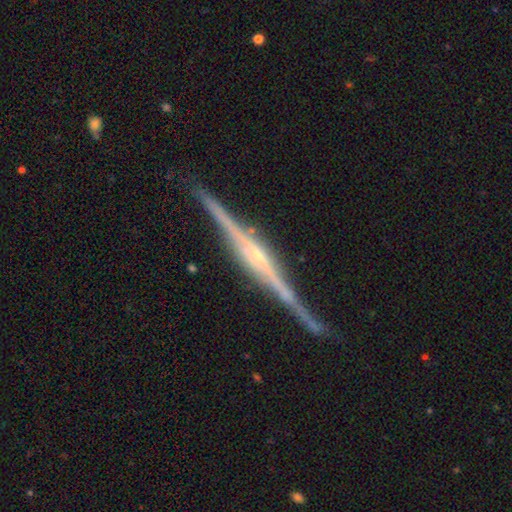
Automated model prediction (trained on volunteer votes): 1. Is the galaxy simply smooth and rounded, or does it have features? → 90% featured or disk, 5% smooth, 5% star or artifact.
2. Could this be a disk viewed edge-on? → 98% yes, 2% no.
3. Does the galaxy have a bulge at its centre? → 52% rounded, 35% boxy, 13% none.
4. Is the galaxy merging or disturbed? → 86% none, 10% minor disturbance, 2% major disturbance, 2% merger.